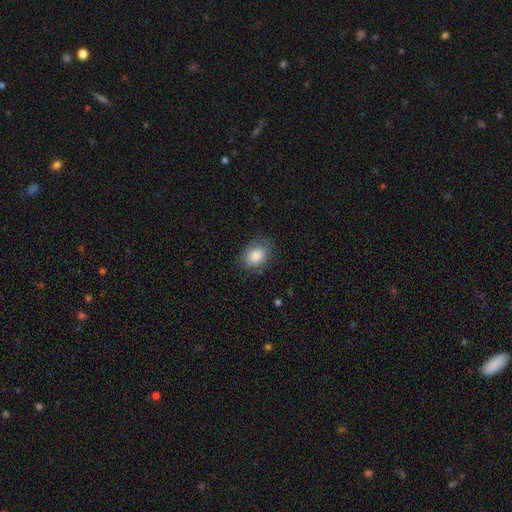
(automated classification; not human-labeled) Morphology: type=smooth (85%); roundness=in between (68%); merging=none (76%).